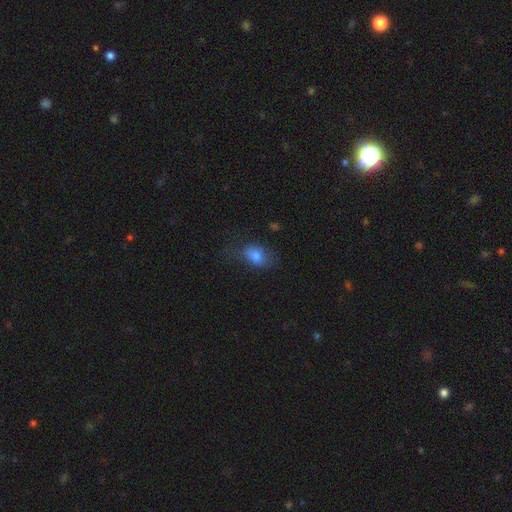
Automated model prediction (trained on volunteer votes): This appears to be a smooth galaxy with no disk features (78%) that is in between round and cigar-shaped (78%). Merging: none (55%).